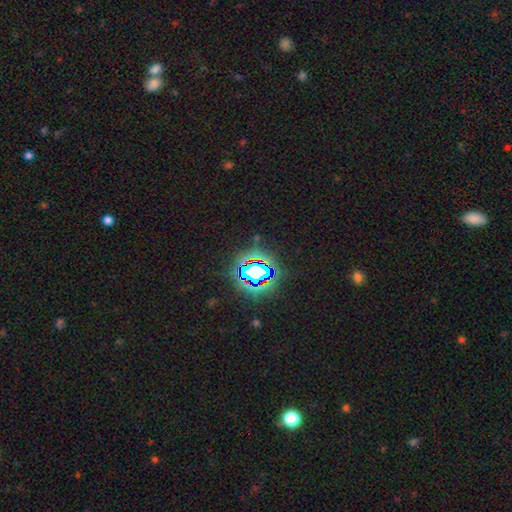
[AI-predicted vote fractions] A star or artifact, not a galaxy (80%).